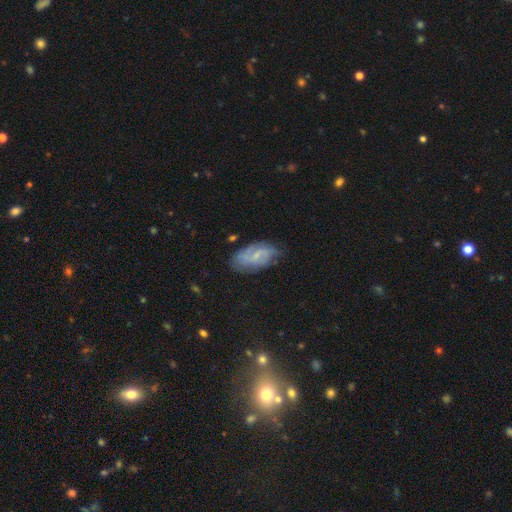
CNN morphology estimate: A featured or disk galaxy (66%) with a weak bar (50%), 2 (56%) medium (43%) spiral arms (88%) and a small central bulge (70%).

Vote fractions:
- Smooth or featured? featured or disk: 66% / smooth: 26% / star or artifact: 8%
- Edge-on disk? no: 95% / yes: 5%
- Bar? weak: 50% / no: 38% / strong: 12%
- Spiral arms? yes: 88% / no: 12%
- Spiral winding? medium: 43% / tight: 33% / loose: 24%
- Spiral arm count? 2: 56% / can't tell: 26% / 3: 8% / 1: 4% / 4: 3% / more than 4: 3%
- Bulge size? small: 70% / moderate: 18% / none: 10% / large: 1% / dominant: 1%
- Merging? none: 69% / minor disturbance: 22% / major disturbance: 6% / merger: 2%